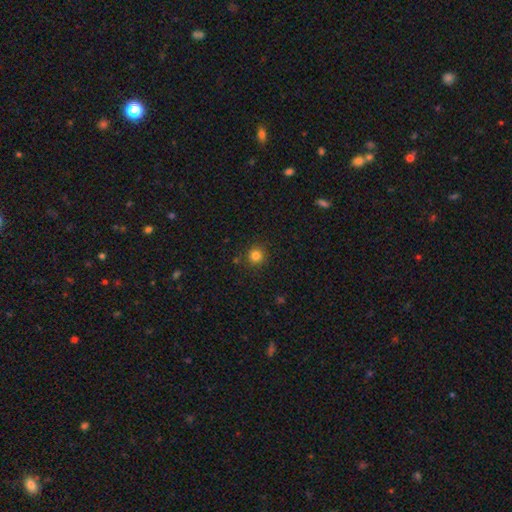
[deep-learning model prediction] smooth_or_featured: smooth (p=0.82) [alt: star or artifact p=0.13]
how_rounded: round (p=0.93) [alt: in between p=0.06]
merging: none (p=0.88) [alt: minor disturbance p=0.08]